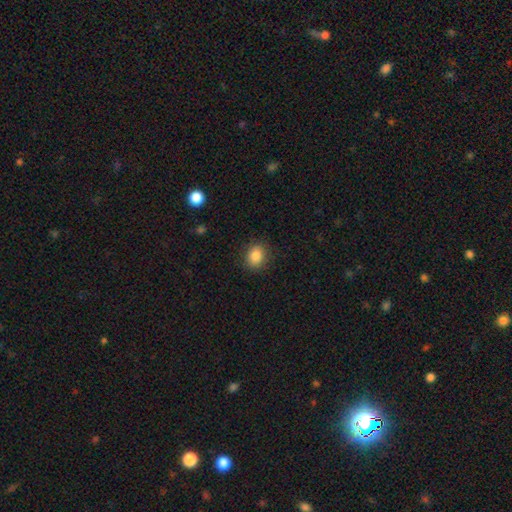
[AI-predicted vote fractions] smooth-or-featured: smooth: 85% | star or artifact: 10% | featured or disk: 6%
  how-rounded: round: 56% | in between: 43% | cigar-shaped: 1%
  merging: none: 86% | minor disturbance: 10% | major disturbance: 3% | merger: 1%